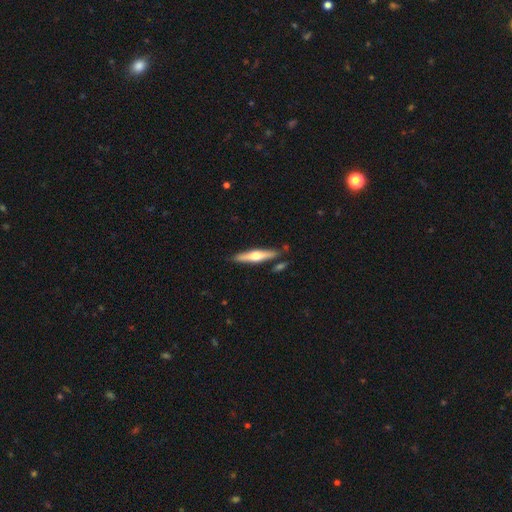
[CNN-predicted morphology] Smooth or featured? featured or disk (61%)
Edge-on disk? yes (96%)
Edge-on bulge? rounded (93%)
Merging? none (83%)